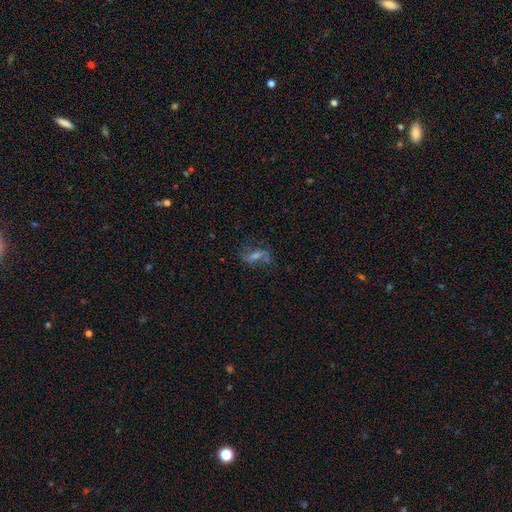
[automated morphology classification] featured or disk 53%, smooth 31%, star or artifact 16%. Down the decision tree: edge-on disk — no (87%); merging — none (60%).